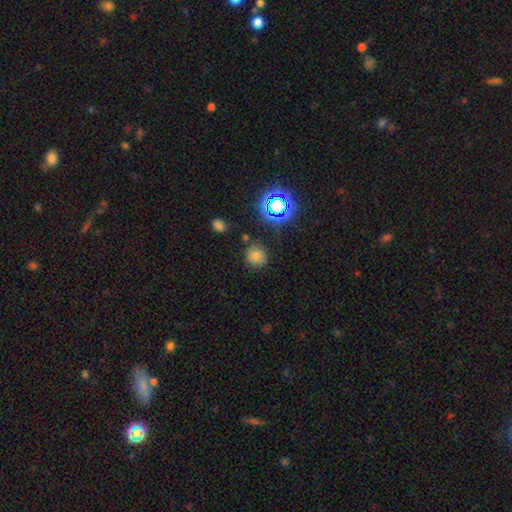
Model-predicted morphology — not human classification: smooth-or-featured: smooth: 69% | star or artifact: 22% | featured or disk: 9%
  how-rounded: round: 86% | in between: 13% | cigar-shaped: 1%
  merging: none: 79% | minor disturbance: 13% | major disturbance: 4% | merger: 4%